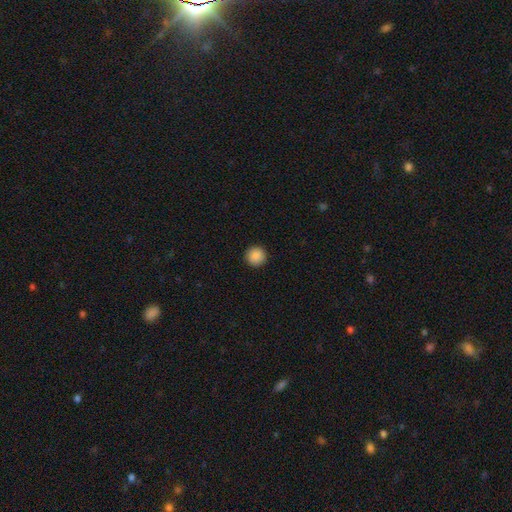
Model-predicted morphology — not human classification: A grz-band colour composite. It shows a smooth galaxy with no disk features (89%) that is round (96%). Merging: none (93%).